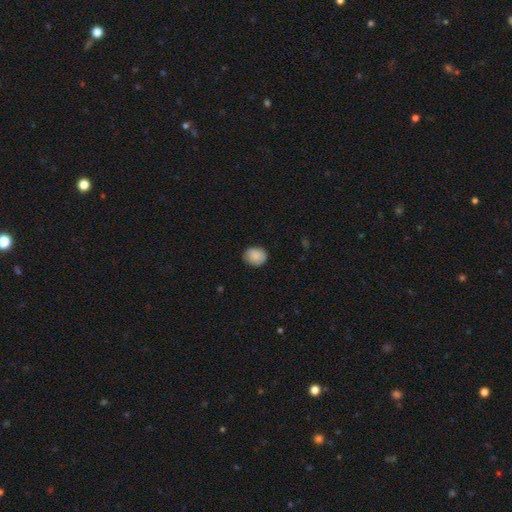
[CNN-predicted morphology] Smooth or featured: smooth — 88% (star or artifact — 7%)
How rounded: round — 58% (in between — 41%)
Merging: none — 82% (minor disturbance — 15%)